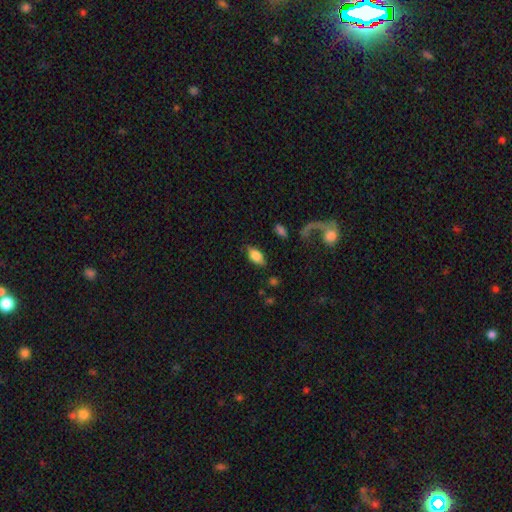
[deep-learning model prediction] A smooth galaxy with no disk features (74%) that is in between round and cigar-shaped (89%).

Vote fractions:
- Smooth or featured? smooth: 74% / featured or disk: 19% / star or artifact: 7%
- How rounded? in between: 89% / cigar-shaped: 6% / round: 4%
- Merging? none: 77% / minor disturbance: 14% / major disturbance: 6% / merger: 3%